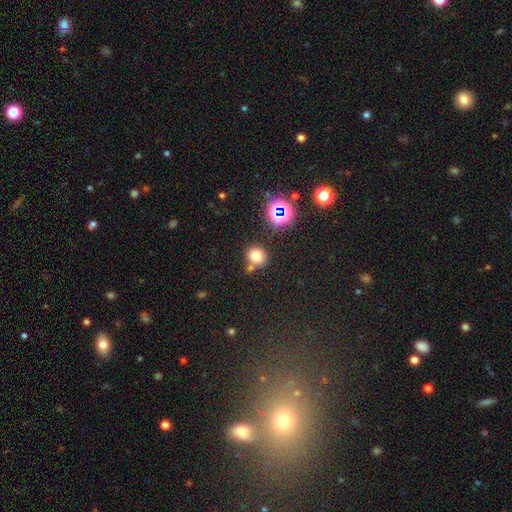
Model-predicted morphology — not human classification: Smooth or featured? Predicted: smooth (p=0.73). How rounded? Predicted: round (p=0.87). Merging? Predicted: none (p=0.70).